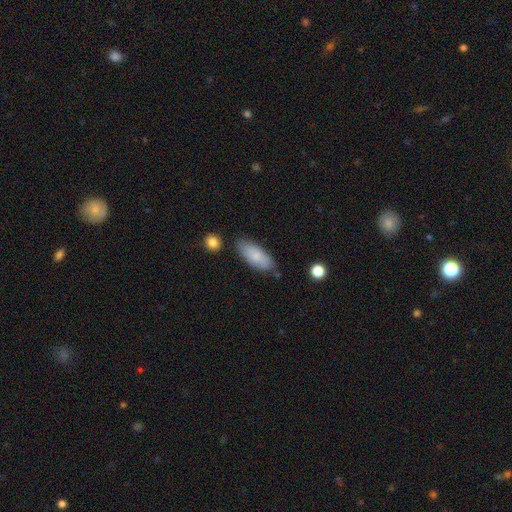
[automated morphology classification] A smooth galaxy with no disk features (79%) that is in between round and cigar-shaped (79%). Merging: none (76%).